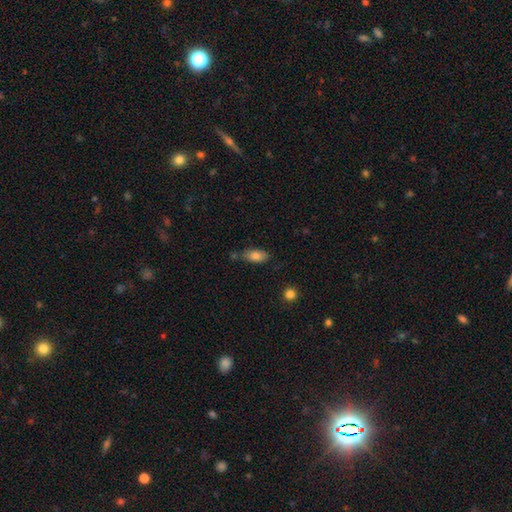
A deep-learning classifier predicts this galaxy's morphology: This appears to be a smooth galaxy with no disk features (82%) that is in between round and cigar-shaped (89%). Merging: none (65%).